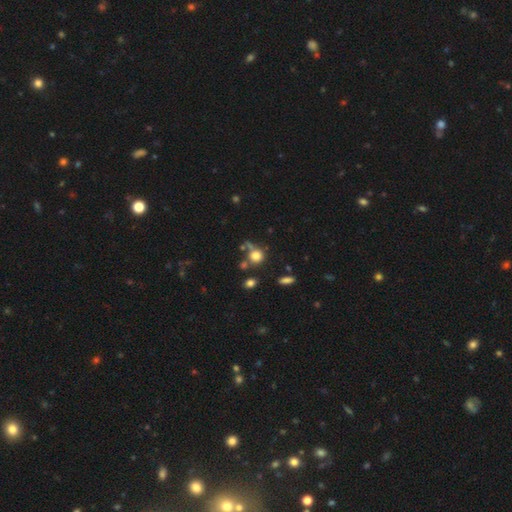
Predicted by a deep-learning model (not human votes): smooth-or-featured: smooth: 76% | star or artifact: 14% | featured or disk: 10%
  how-rounded: round: 85% | in between: 14% | cigar-shaped: 2%
  merging: none: 55% | merger: 22% | minor disturbance: 15% | major disturbance: 9%